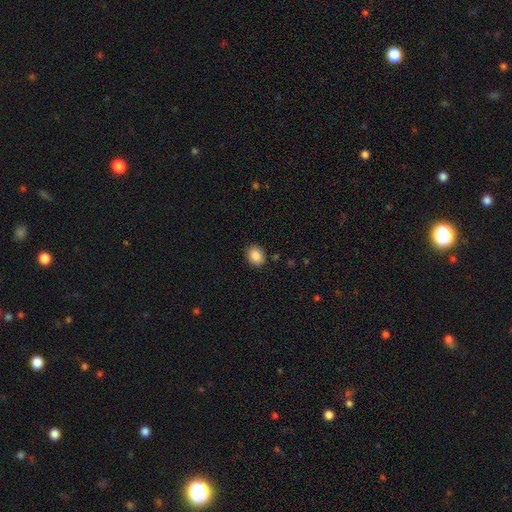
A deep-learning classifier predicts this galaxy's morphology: This is clearly a smooth galaxy (88%). How rounded: possibly in between (57%). Merging: clearly none (88%).